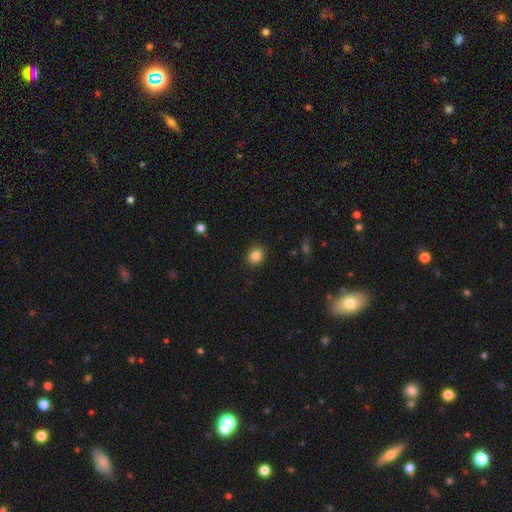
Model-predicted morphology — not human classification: smooth 85%, star or artifact 10%, featured or disk 4%. Down the decision tree: how rounded — round (66%); merging — none (90%).